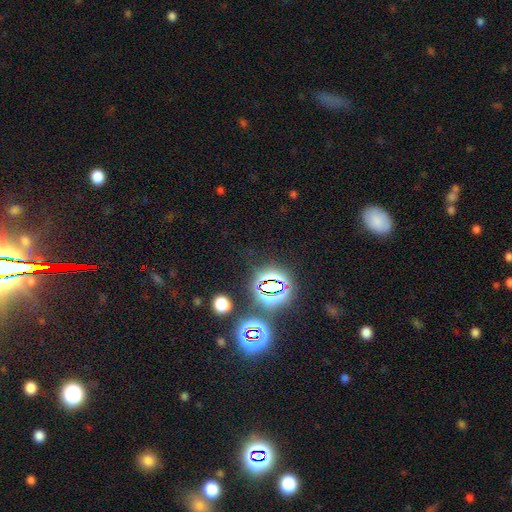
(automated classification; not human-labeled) Smooth or featured?
  - star or artifact: 81% *
  - smooth: 12%
  - featured or disk: 8%